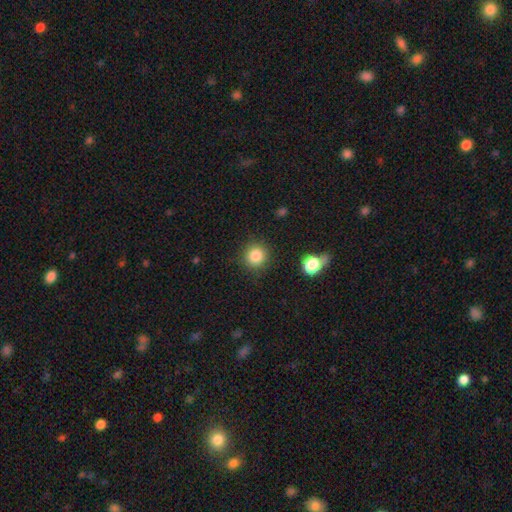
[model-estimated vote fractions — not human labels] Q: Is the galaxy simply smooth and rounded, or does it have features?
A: smooth — 84%.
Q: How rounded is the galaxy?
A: round — 92%.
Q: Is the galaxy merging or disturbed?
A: none — 87%.